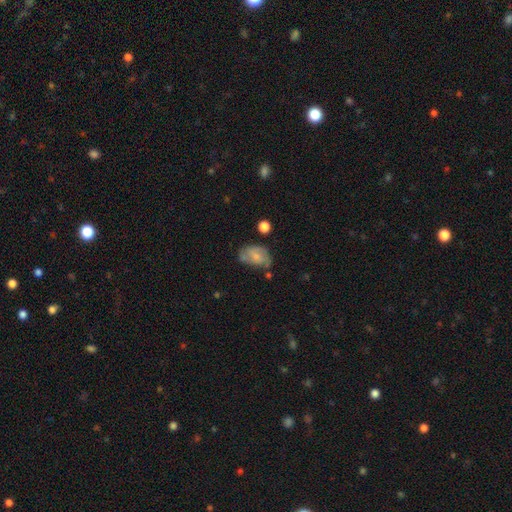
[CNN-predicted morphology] Q: Smooth or featured?
A: smooth (53%); runner-up: featured or disk (39%)
Q: How rounded?
A: in between (84%); runner-up: round (14%)
Q: Merging?
A: none (49%); runner-up: minor disturbance (31%)